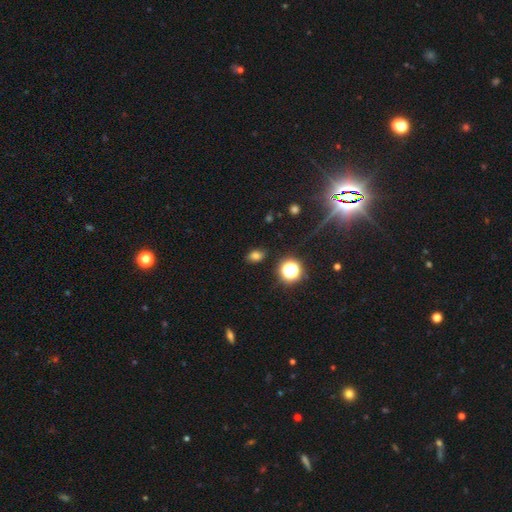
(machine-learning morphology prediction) smooth_or_featured: smooth (p=0.74) [alt: star or artifact p=0.19]
how_rounded: in between (p=0.75) [alt: round p=0.23]
merging: none (p=0.86) [alt: minor disturbance p=0.10]